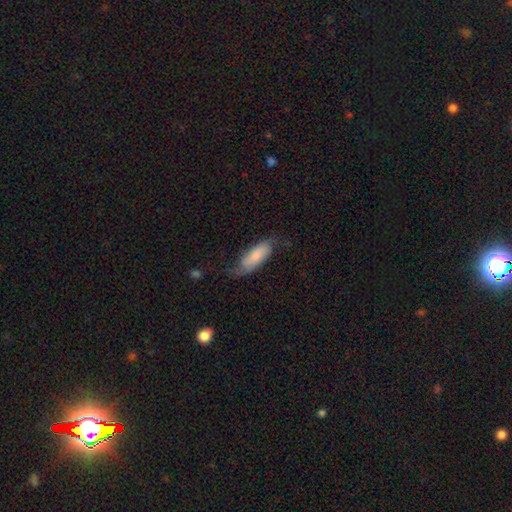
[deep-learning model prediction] smooth_or_featured: smooth (p=0.62) [alt: featured or disk p=0.31]
how_rounded: in between (p=0.70) [alt: cigar-shaped p=0.28]
merging: none (p=0.55) [alt: minor disturbance p=0.29]